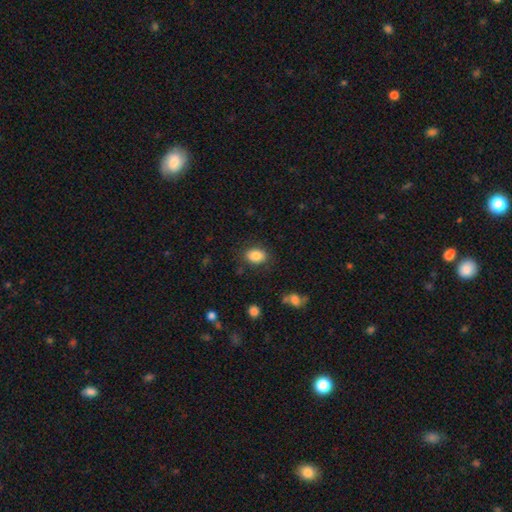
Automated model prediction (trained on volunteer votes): This is clearly a smooth galaxy (85%). How rounded: likely in between (75%). Merging: clearly none (83%).